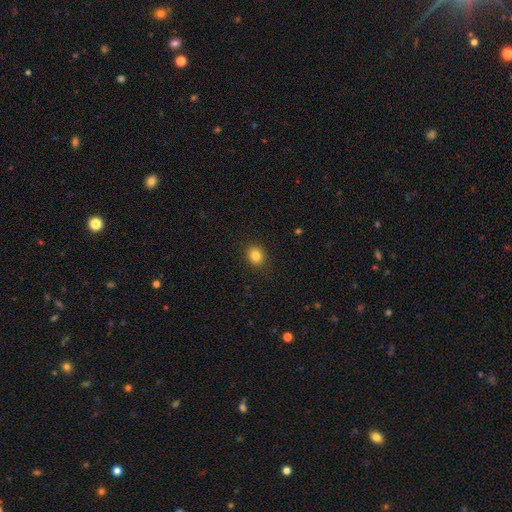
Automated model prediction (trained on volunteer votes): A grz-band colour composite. It shows a smooth galaxy with no disk features (83%) that is round (65%). Merging: none (90%).